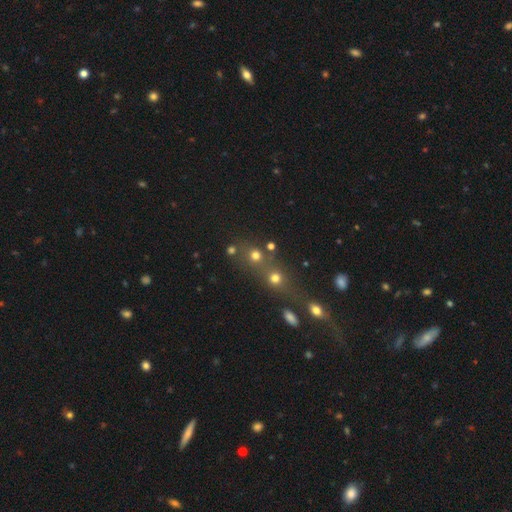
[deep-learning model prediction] This appears to be a smooth galaxy with no disk features (64%) that is round (85%). Merging: none (51%).